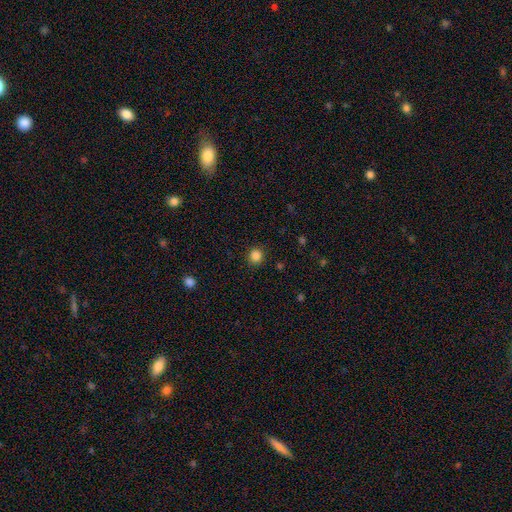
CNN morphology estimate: A smooth galaxy with no disk features (85%) that is round (92%).

Vote fractions:
- Smooth or featured? smooth: 85% / star or artifact: 11% / featured or disk: 3%
- How rounded? round: 92% / in between: 7% / cigar-shaped: 1%
- Merging? none: 91% / minor disturbance: 6% / major disturbance: 2% / merger: 1%